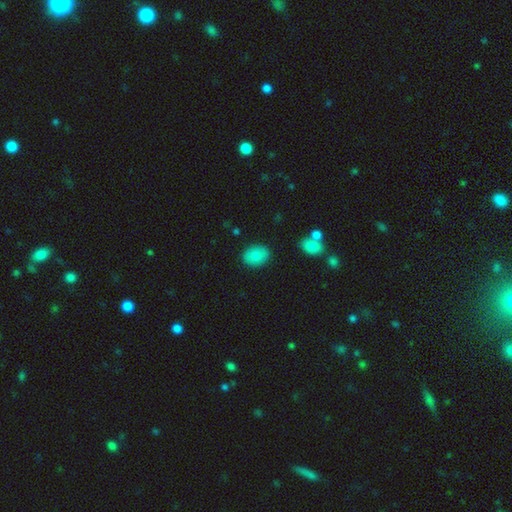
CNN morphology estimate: Smooth or featured? smooth (80%)
How rounded? in between (63%)
Merging? none (86%)